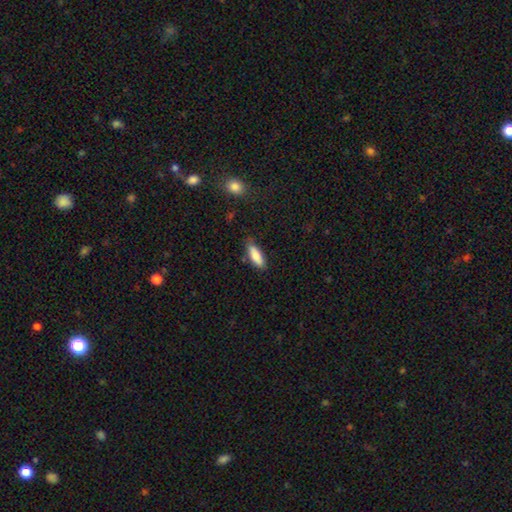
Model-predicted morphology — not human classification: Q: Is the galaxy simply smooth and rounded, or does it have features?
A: smooth — 82%.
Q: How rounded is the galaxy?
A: in between — 62%.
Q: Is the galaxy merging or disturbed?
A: none — 76%.